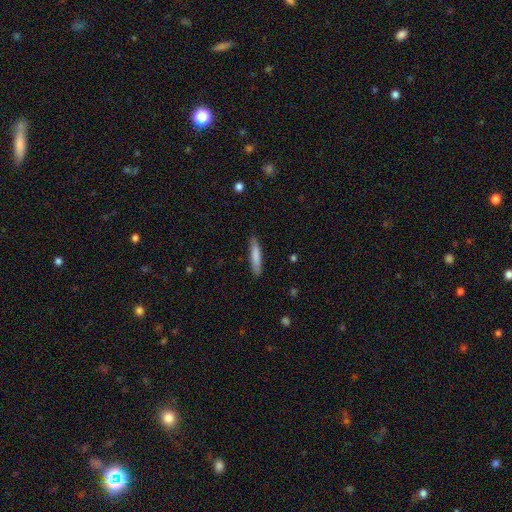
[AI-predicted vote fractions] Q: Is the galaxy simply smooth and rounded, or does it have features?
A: smooth — 80%.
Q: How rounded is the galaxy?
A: cigar-shaped — 87%.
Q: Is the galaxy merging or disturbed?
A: none — 87%.